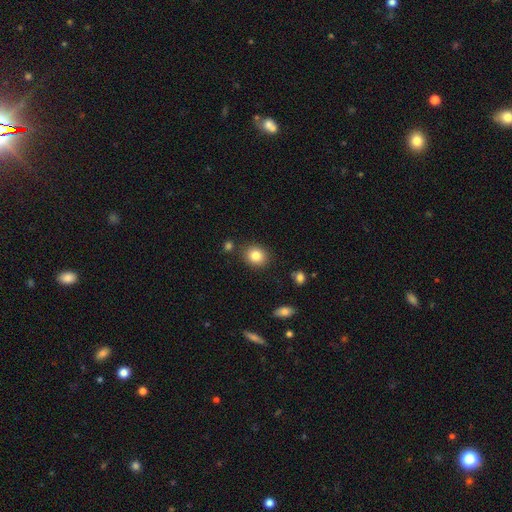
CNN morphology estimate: Q: Smooth or featured?
A: smooth (84%); runner-up: star or artifact (10%)
Q: How rounded?
A: round (68%); runner-up: in between (31%)
Q: Merging?
A: none (84%); runner-up: minor disturbance (9%)